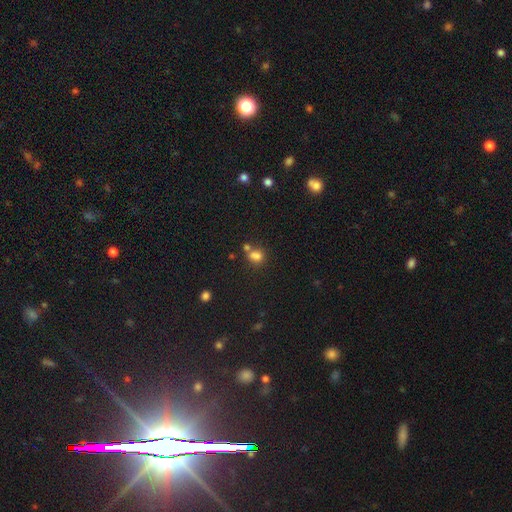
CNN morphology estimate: Smooth or featured? Predicted: smooth (p=0.77). How rounded? Predicted: round (p=0.58). Merging? Predicted: none (p=0.47).